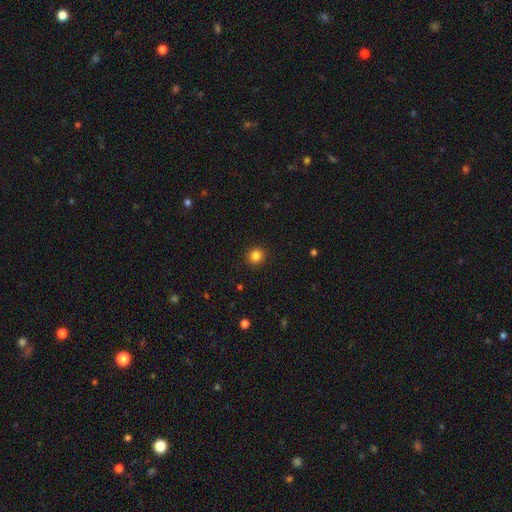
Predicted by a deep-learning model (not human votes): smooth 84%, star or artifact 12%, featured or disk 4%. Down the decision tree: how rounded — round (89%); merging — none (92%).